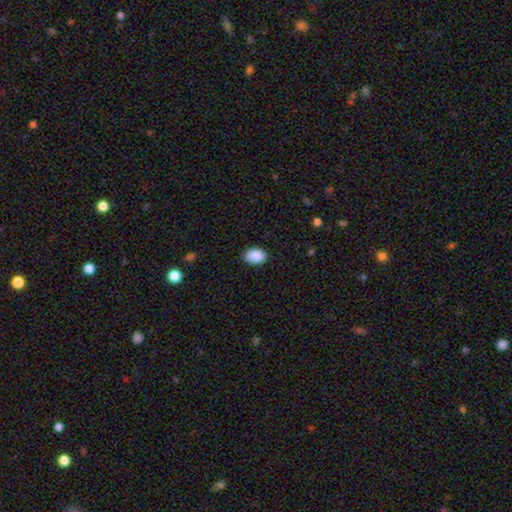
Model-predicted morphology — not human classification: Smooth or featured? Predicted: smooth (p=0.90). How rounded? Predicted: in between (p=0.80). Merging? Predicted: none (p=0.86).